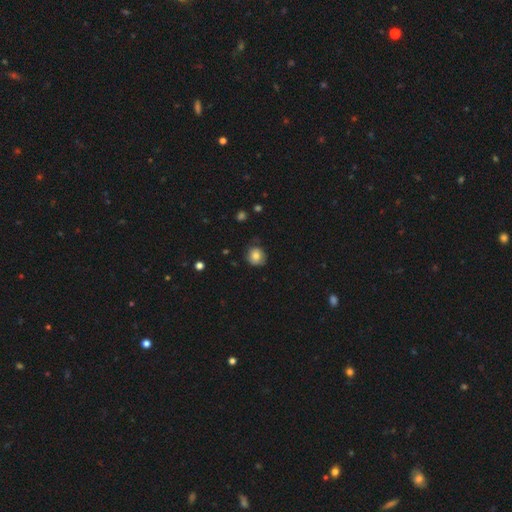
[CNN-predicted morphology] Smooth or featured?
  - smooth: 79% *
  - featured or disk: 11%
  - star or artifact: 9%
How rounded?
  - round: 82% *
  - in between: 17%
  - cigar-shaped: 1%
Merging?
  - none: 71% *
  - minor disturbance: 23%
  - major disturbance: 5%
  - merger: 1%